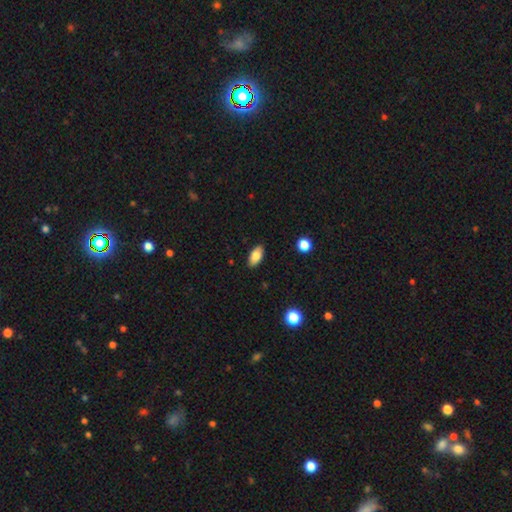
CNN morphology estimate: type=smooth (81%); roundness=in between (92%); merging=none (88%).